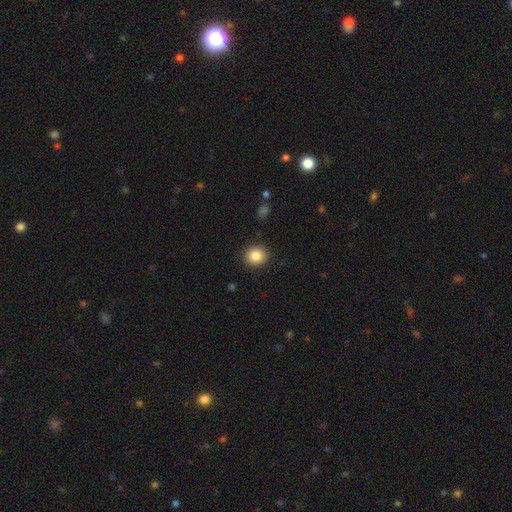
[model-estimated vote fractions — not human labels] Smooth or featured: smooth — 86% (star or artifact — 9%)
How rounded: round — 83% (in between — 16%)
Merging: none — 90% (minor disturbance — 7%)